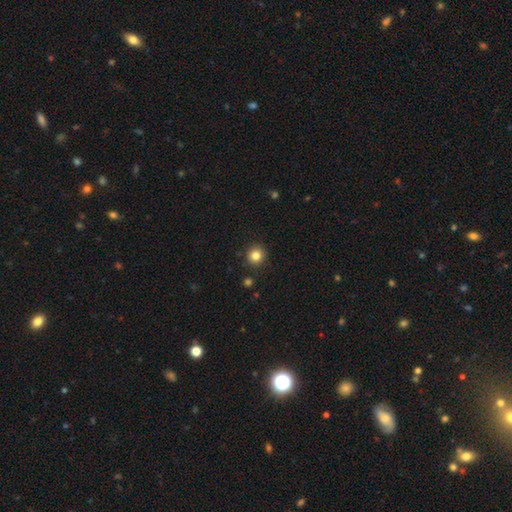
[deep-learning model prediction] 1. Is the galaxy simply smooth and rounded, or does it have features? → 83% smooth, 12% star or artifact, 5% featured or disk.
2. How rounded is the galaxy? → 93% round, 7% in between, 1% cigar-shaped.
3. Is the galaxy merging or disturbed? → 90% none, 6% minor disturbance, 2% major disturbance, 2% merger.